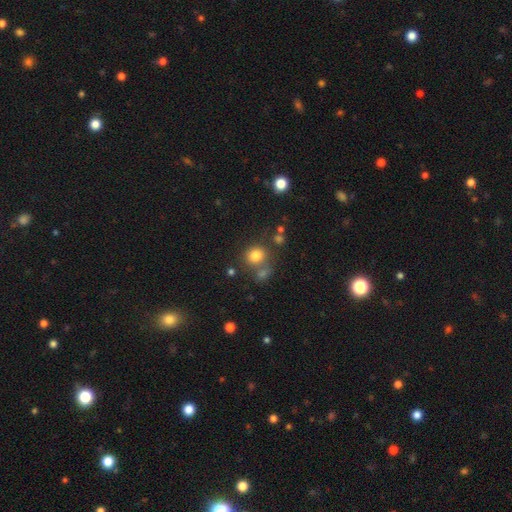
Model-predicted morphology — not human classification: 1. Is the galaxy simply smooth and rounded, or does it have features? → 78% smooth, 14% star or artifact, 8% featured or disk.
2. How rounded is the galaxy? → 80% round, 19% in between, 1% cigar-shaped.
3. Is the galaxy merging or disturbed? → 64% none, 19% merger, 12% minor disturbance, 5% major disturbance.